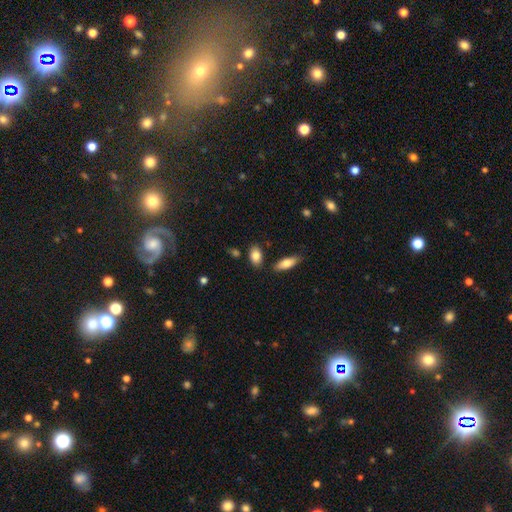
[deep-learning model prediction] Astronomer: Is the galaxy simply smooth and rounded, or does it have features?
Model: smooth — 84%.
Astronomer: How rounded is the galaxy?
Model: in between — 88%.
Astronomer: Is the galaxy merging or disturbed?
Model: none — 80%.